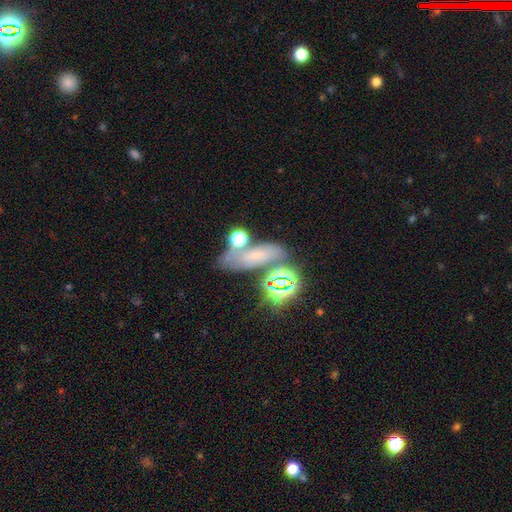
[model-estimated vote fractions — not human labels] Q: Smooth or featured?
A: smooth (41%); runner-up: star or artifact (33%)
Q: Merging?
A: none (52%); runner-up: merger (20%)